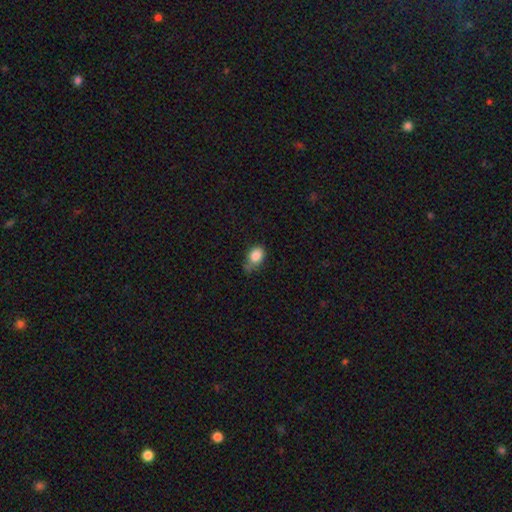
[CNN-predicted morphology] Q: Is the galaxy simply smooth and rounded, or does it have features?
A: smooth — 85%.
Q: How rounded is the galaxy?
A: in between — 71%.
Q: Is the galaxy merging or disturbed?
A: none — 42%.